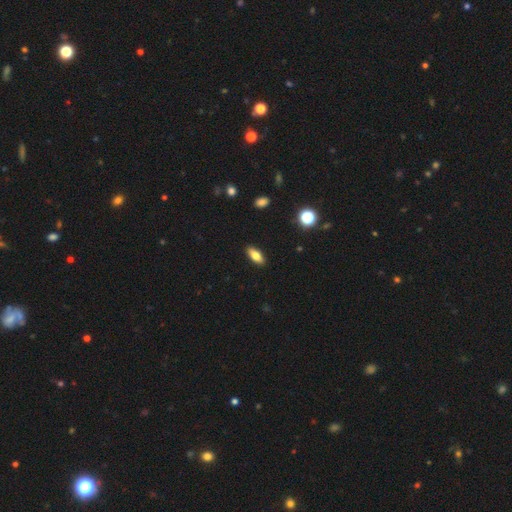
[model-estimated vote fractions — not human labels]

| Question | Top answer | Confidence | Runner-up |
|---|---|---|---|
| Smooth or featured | smooth | 76% | featured or disk (16%) |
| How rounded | in between | 79% | cigar-shaped (18%) |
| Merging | none | 89% | minor disturbance (8%) |